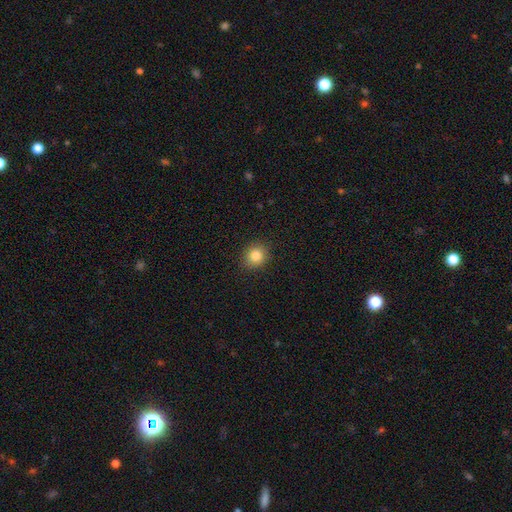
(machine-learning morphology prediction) Q: Smooth or featured?
A: smooth (83%); runner-up: star or artifact (11%)
Q: How rounded?
A: round (81%); runner-up: in between (18%)
Q: Merging?
A: none (89%); runner-up: minor disturbance (8%)